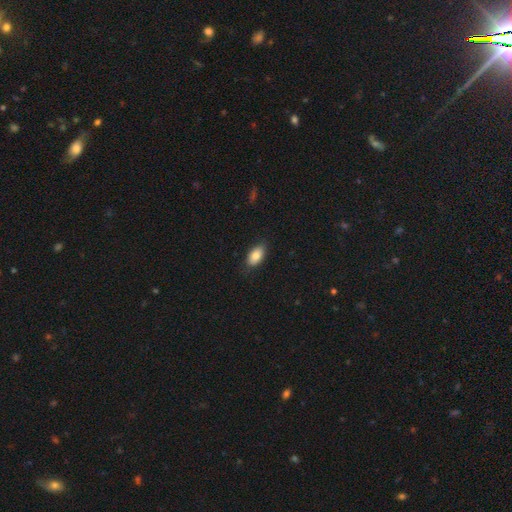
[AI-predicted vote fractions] Morphology: type=smooth (84%); roundness=in between (92%); merging=none (82%).